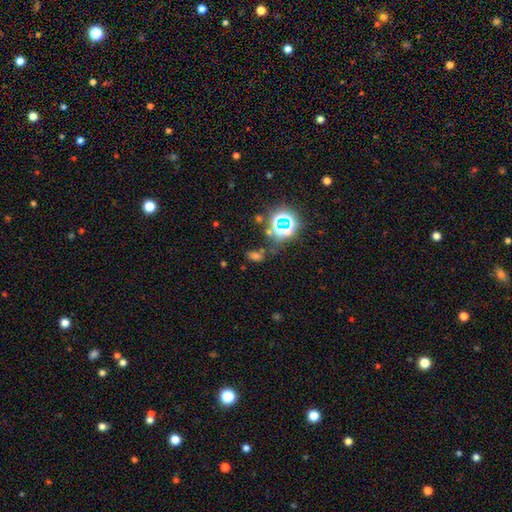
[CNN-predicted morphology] This is possibly a star or artifact rather than a galaxy (47%).